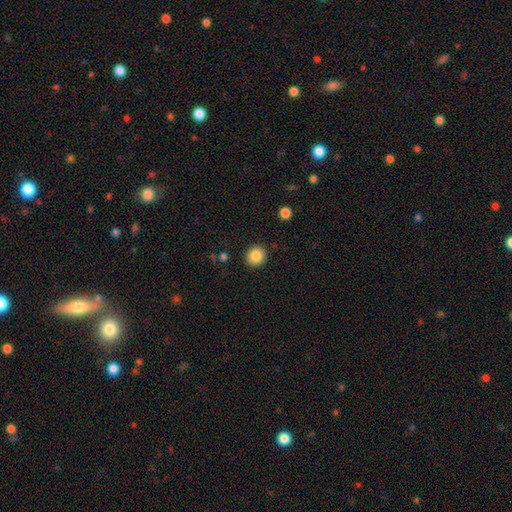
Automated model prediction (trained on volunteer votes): A smooth galaxy with no disk features (86%) that is round (86%).

Vote fractions:
- Smooth or featured? smooth: 86% / star or artifact: 9% / featured or disk: 5%
- How rounded? round: 86% / in between: 13% / cigar-shaped: 1%
- Merging? none: 90% / minor disturbance: 6% / major disturbance: 2% / merger: 1%